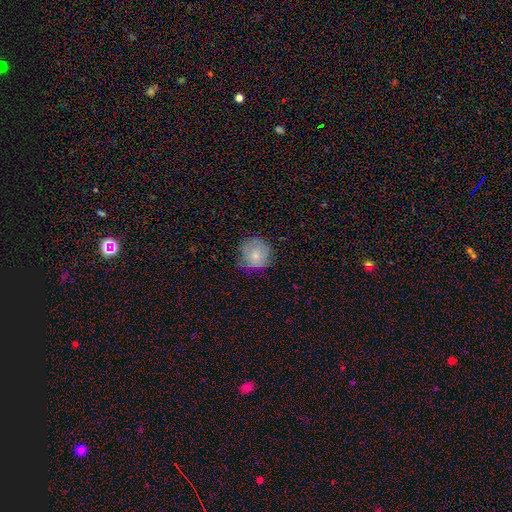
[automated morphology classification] Q: Smooth or featured?
A: smooth (74%); runner-up: featured or disk (18%)
Q: How rounded?
A: round (91%); runner-up: in between (8%)
Q: Merging?
A: none (67%); runner-up: minor disturbance (25%)